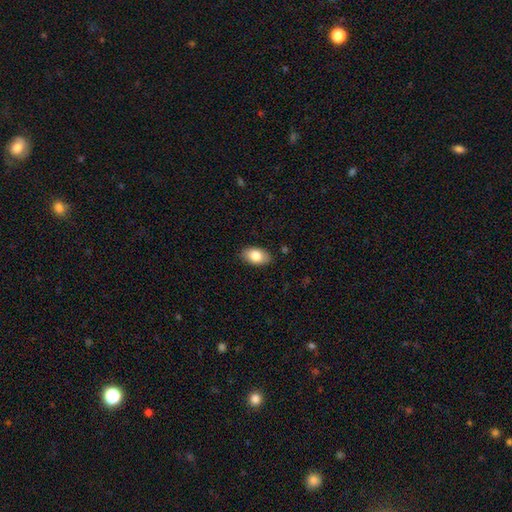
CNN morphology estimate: Smooth or featured?
  - smooth: 82% *
  - featured or disk: 11%
  - star or artifact: 7%
How rounded?
  - in between: 93% *
  - round: 6%
  - cigar-shaped: 1%
Merging?
  - none: 87% *
  - minor disturbance: 10%
  - major disturbance: 2%
  - merger: 1%